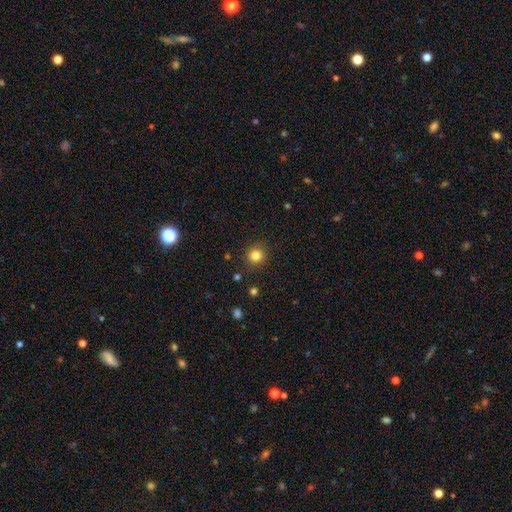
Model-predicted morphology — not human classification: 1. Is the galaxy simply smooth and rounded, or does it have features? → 83% smooth, 12% star or artifact, 5% featured or disk.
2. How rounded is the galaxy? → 90% round, 9% in between, 1% cigar-shaped.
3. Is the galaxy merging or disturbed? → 88% none, 8% minor disturbance, 2% major disturbance, 2% merger.